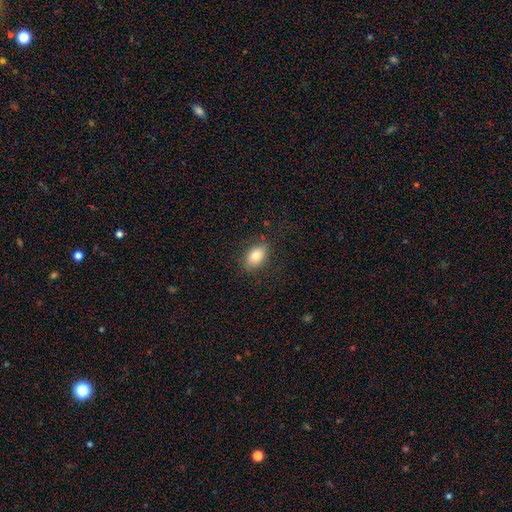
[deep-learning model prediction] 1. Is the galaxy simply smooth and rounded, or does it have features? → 82% smooth, 9% featured or disk, 8% star or artifact.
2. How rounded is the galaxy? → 88% in between, 9% round, 3% cigar-shaped.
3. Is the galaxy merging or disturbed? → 83% none, 12% minor disturbance, 4% major disturbance, 1% merger.